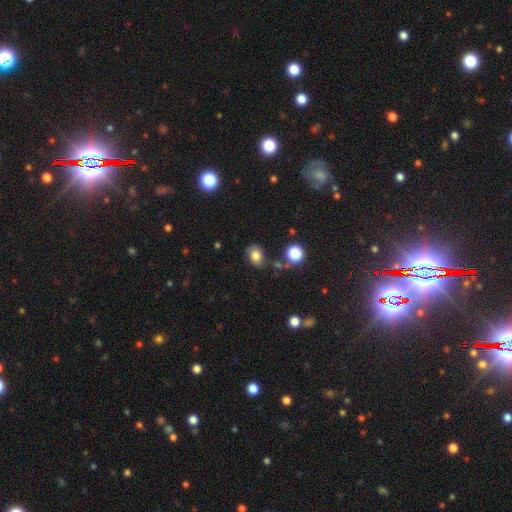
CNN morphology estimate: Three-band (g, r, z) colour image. It shows a smooth galaxy with no disk features (66%) that is in between round and cigar-shaped (59%). Merging: none (61%).